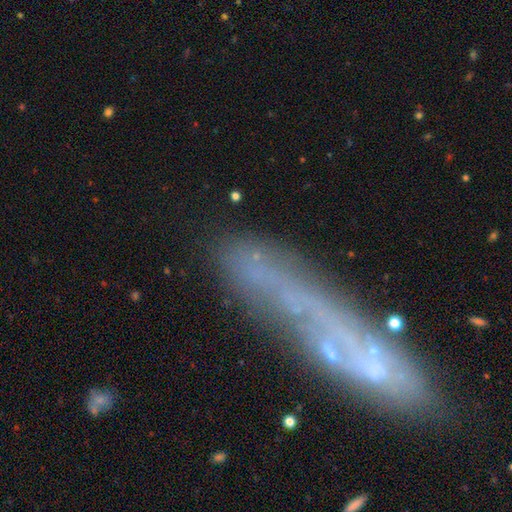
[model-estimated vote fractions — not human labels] featured or disk 46%, smooth 33%, star or artifact 21%. Down the decision tree: merging — none (62%).